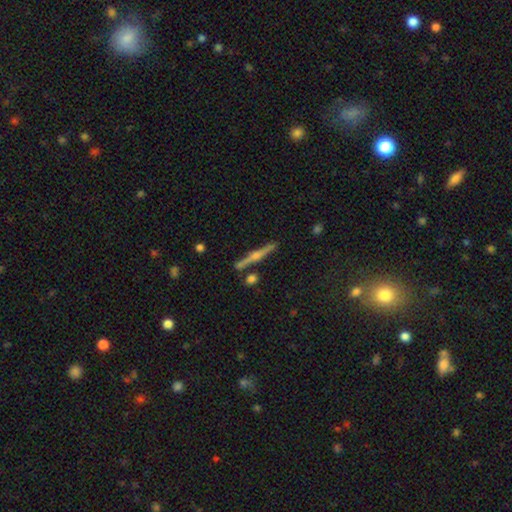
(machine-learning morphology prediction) The model was most divided on "smooth or featured": featured or disk: 77%, smooth: 16%, star or artifact: 8%. More confident: edge-on disk — yes (98%); edge-on bulge — rounded (90%); merging — none (87%).